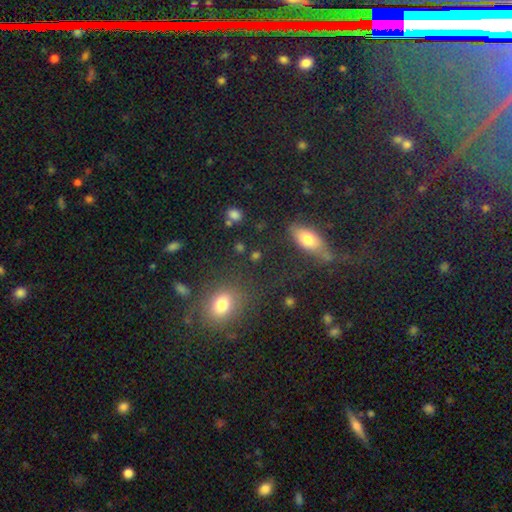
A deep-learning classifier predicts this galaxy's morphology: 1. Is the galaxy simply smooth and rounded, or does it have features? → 68% smooth, 19% star or artifact, 14% featured or disk.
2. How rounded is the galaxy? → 53% in between, 37% round, 10% cigar-shaped.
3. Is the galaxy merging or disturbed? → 73% none, 13% minor disturbance, 8% merger, 7% major disturbance.